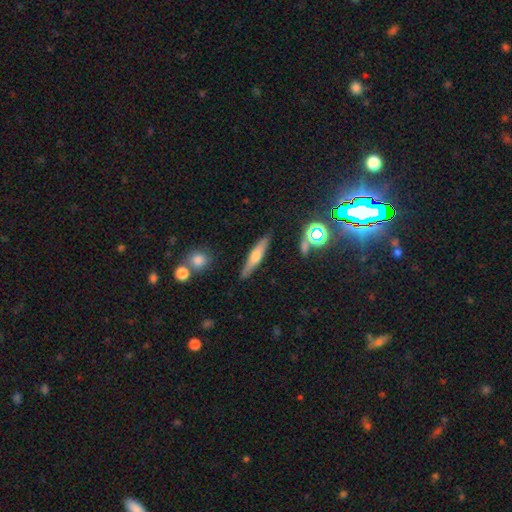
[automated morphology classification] Smooth or featured? smooth (48%)
Merging? none (86%)